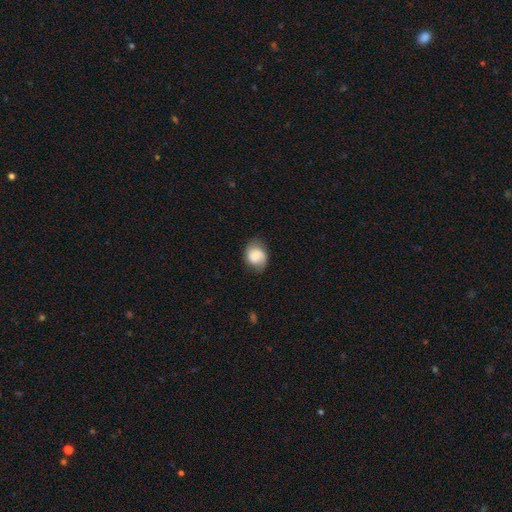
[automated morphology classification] smooth_or_featured: smooth (p=0.71) [alt: featured or disk p=0.20]
how_rounded: round (p=0.56) [alt: in between p=0.44]
merging: none (p=0.64) [alt: minor disturbance p=0.27]